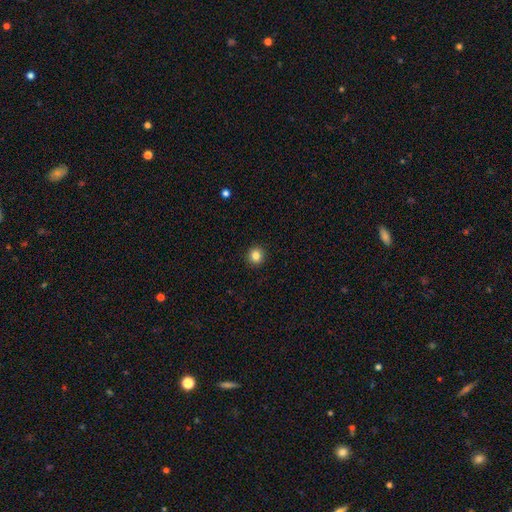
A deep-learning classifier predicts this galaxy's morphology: smooth_or_featured: smooth (p=0.84) [alt: star or artifact p=0.11]
how_rounded: round (p=0.91) [alt: in between p=0.08]
merging: none (p=0.93) [alt: minor disturbance p=0.05]